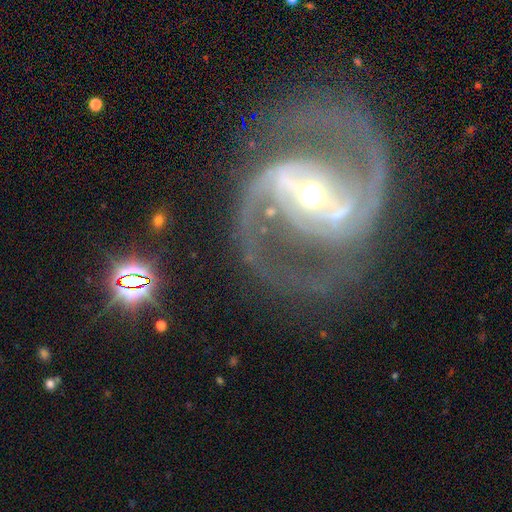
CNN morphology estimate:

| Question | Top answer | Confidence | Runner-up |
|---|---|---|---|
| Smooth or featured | featured or disk | 92% | star or artifact (5%) |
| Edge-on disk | no | 98% | yes (2%) |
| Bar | strong | 56% | weak (30%) |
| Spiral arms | yes | 98% | no (2%) |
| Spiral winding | medium | 64% | tight (20%) |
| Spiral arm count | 2 | 93% | 3 (2%) |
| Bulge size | moderate | 52% | small (40%) |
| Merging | none | 77% | minor disturbance (12%) |